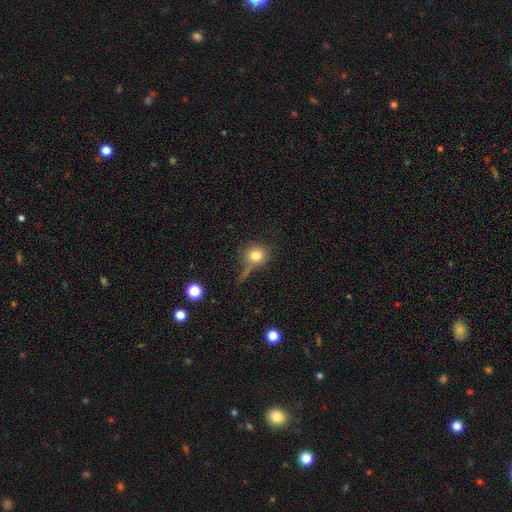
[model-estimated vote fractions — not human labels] Smooth or featured: smooth — 75% (featured or disk — 13%)
How rounded: round — 80% (in between — 18%)
Merging: none — 49% (major disturbance — 20%)